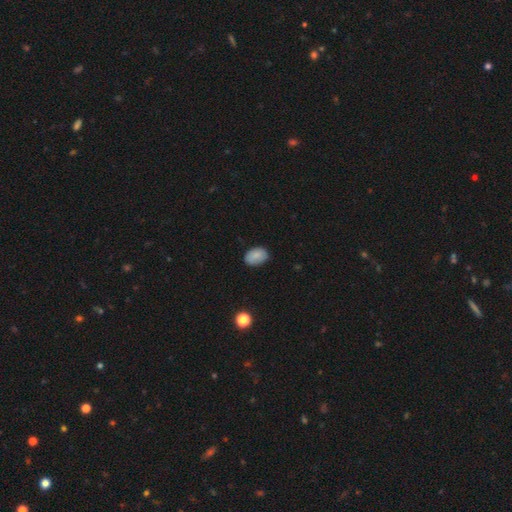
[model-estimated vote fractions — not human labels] Q: Smooth or featured?
A: smooth (83%); runner-up: featured or disk (9%)
Q: How rounded?
A: in between (87%); runner-up: round (12%)
Q: Merging?
A: none (81%); runner-up: minor disturbance (16%)